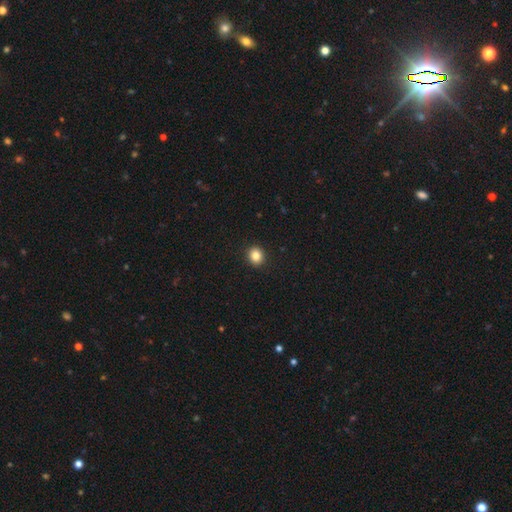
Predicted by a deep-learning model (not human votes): This appears to be a smooth galaxy with no disk features (85%) that is round (77%). Merging: none (92%).